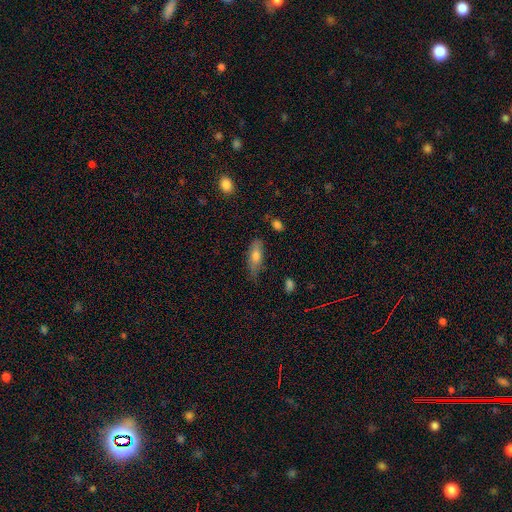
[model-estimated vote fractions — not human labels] smooth-or-featured: smooth: 70% | featured or disk: 23% | star or artifact: 7%
  how-rounded: in between: 61% | cigar-shaped: 36% | round: 3%
  merging: none: 66% | minor disturbance: 26% | major disturbance: 5% | merger: 2%